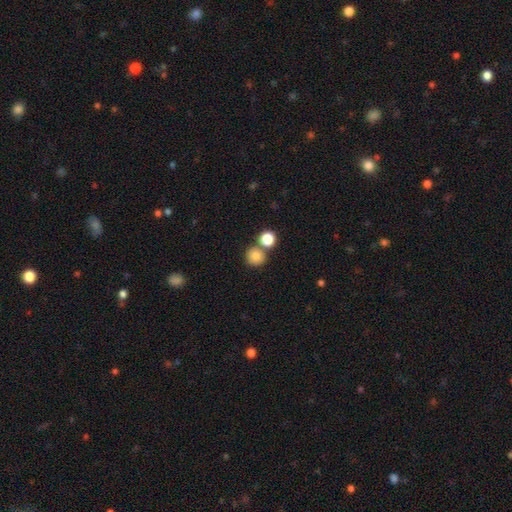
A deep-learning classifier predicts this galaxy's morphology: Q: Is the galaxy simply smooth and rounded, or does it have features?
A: smooth — 83%.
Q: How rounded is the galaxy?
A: round — 91%.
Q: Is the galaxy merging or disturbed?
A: none — 65%.